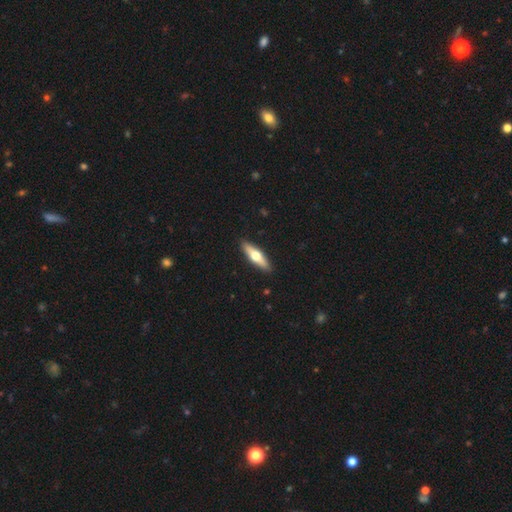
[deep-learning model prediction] This appears to be a featured or disk galaxy (51%) viewed edge-on (91%). Merging: none (91%).